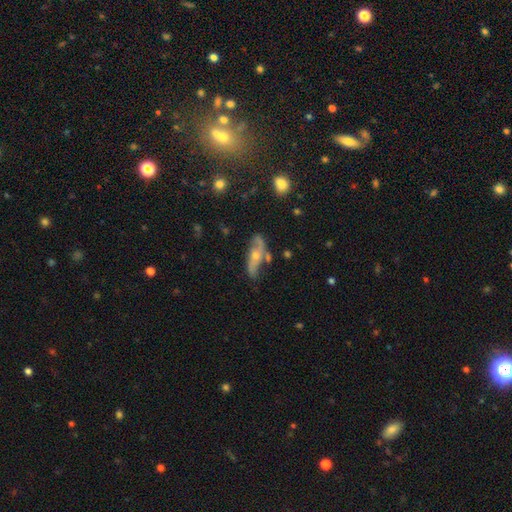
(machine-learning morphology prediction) Smooth or featured: featured or disk — 65% (smooth — 26%)
Edge-on disk: no — 73% (yes — 27%)
Merging: none — 60% (minor disturbance — 24%)